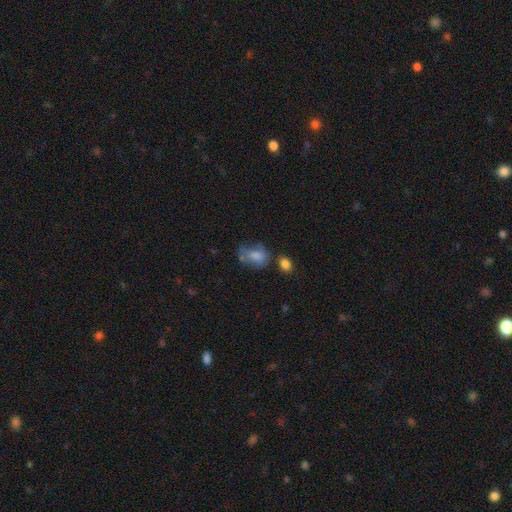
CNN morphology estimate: A smooth galaxy with no disk features (73%) that is in between round and cigar-shaped (70%). Merging: none (36%).